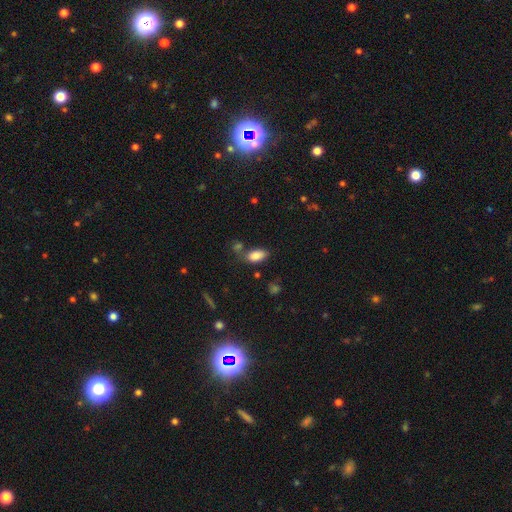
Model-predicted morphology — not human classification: The model was most divided on "merging": none: 60%, minor disturbance: 18%, merger: 16%, major disturbance: 6%. More confident: how rounded — in between (92%); smooth or featured — smooth (85%).